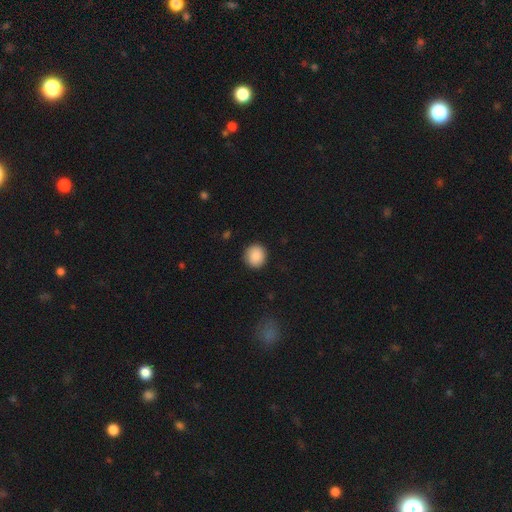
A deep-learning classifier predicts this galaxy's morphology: Smooth or featured: smooth — 89% (star or artifact — 7%)
How rounded: round — 90% (in between — 10%)
Merging: none — 89% (minor disturbance — 8%)